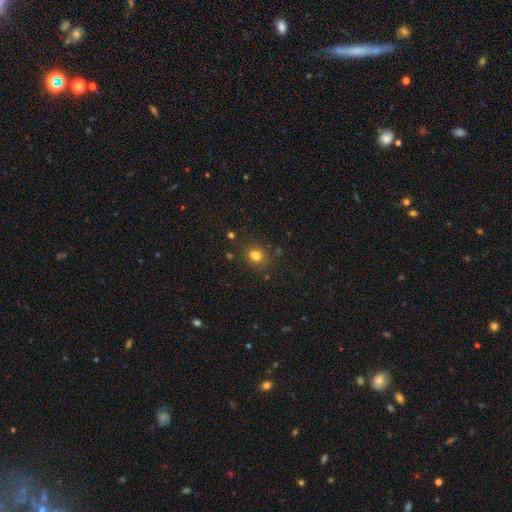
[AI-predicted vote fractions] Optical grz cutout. It shows a smooth galaxy with no disk features (78%) that is round (65%). Merging: none (78%).